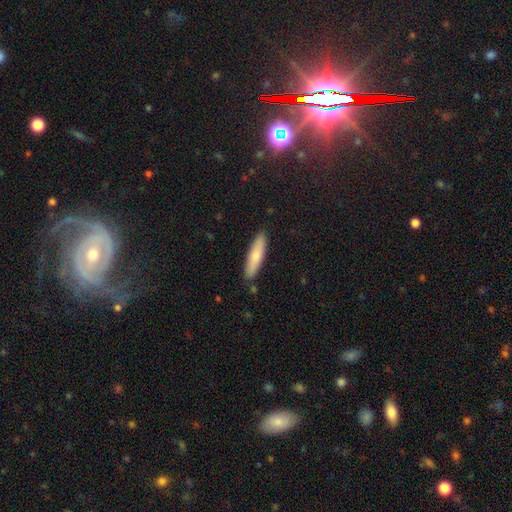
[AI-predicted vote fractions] Overall: smooth (76%). How rounded: cigar-shaped (76%). Merging: none (89%).